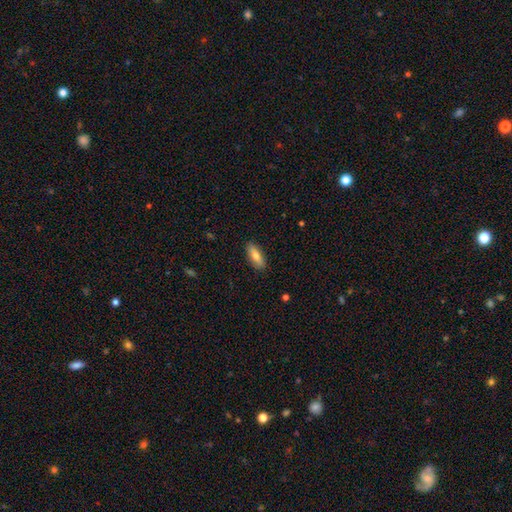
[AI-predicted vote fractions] The model was most divided on "how rounded": in between: 65%, cigar-shaped: 32%, round: 2%. More confident: merging — none (88%); smooth or featured — smooth (73%).